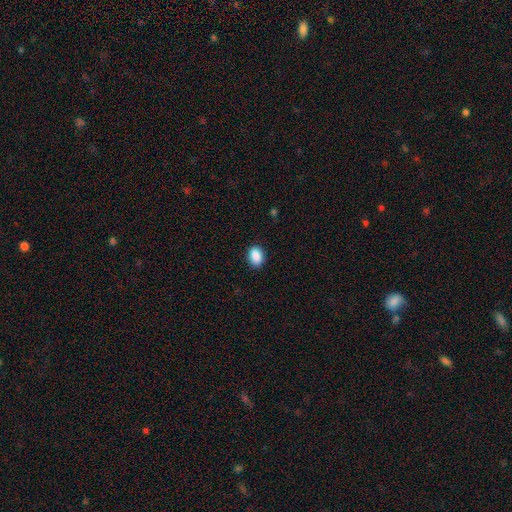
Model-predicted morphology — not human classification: Smooth or featured?
  - smooth: 89% *
  - star or artifact: 8%
  - featured or disk: 3%
How rounded?
  - in between: 83% *
  - round: 16%
  - cigar-shaped: 1%
Merging?
  - none: 88% *
  - minor disturbance: 9%
  - major disturbance: 2%
  - merger: 1%